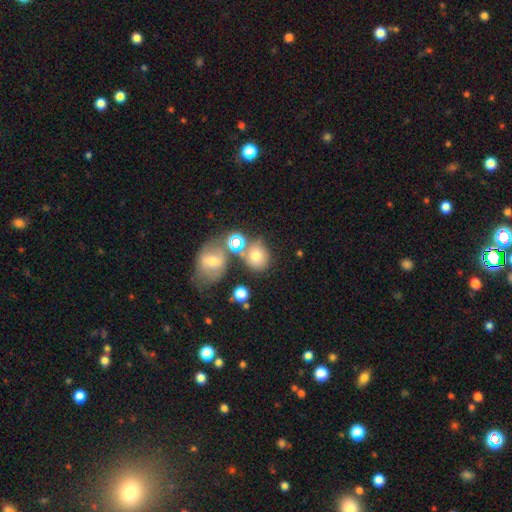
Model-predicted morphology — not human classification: Smooth or featured: smooth — 69% (star or artifact — 17%)
How rounded: round — 73% (in between — 25%)
Merging: none — 54% (merger — 25%)